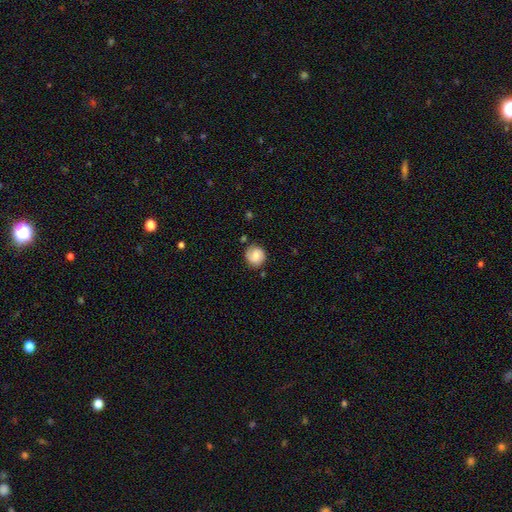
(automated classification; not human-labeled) Smooth or featured?
  - smooth: 70% *
  - featured or disk: 22%
  - star or artifact: 8%
How rounded?
  - round: 89% *
  - in between: 10%
  - cigar-shaped: 1%
Merging?
  - none: 77% *
  - minor disturbance: 16%
  - major disturbance: 4%
  - merger: 3%